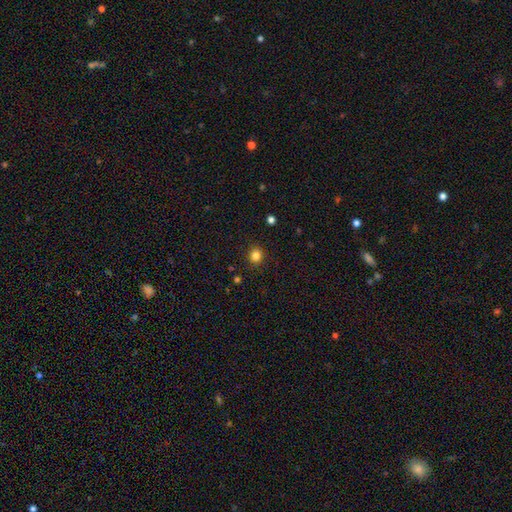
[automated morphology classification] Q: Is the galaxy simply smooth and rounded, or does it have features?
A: smooth — 84%.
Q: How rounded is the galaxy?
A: round — 85%.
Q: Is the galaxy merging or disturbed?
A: none — 90%.